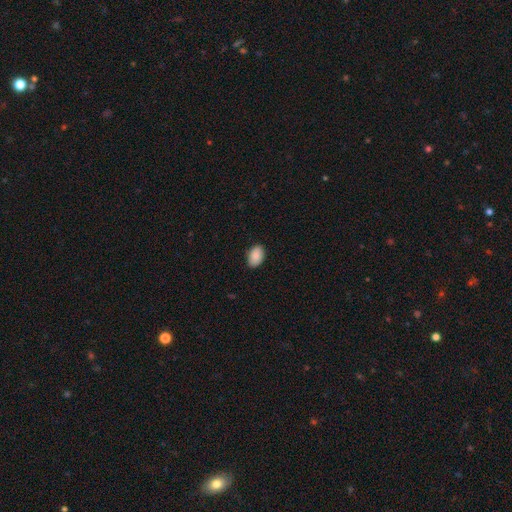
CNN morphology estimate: smooth-or-featured: smooth: 90% | star or artifact: 7% | featured or disk: 4%
  how-rounded: in between: 90% | round: 9% | cigar-shaped: 1%
  merging: none: 88% | minor disturbance: 9% | major disturbance: 2% | merger: 1%